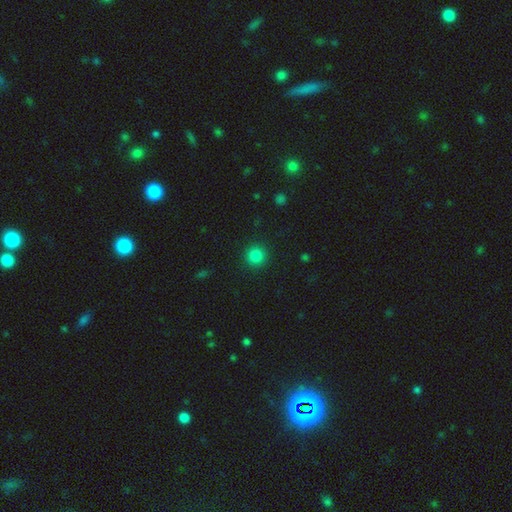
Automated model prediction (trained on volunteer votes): smooth 84%, star or artifact 12%, featured or disk 4%. Down the decision tree: how rounded — round (94%); merging — none (92%).